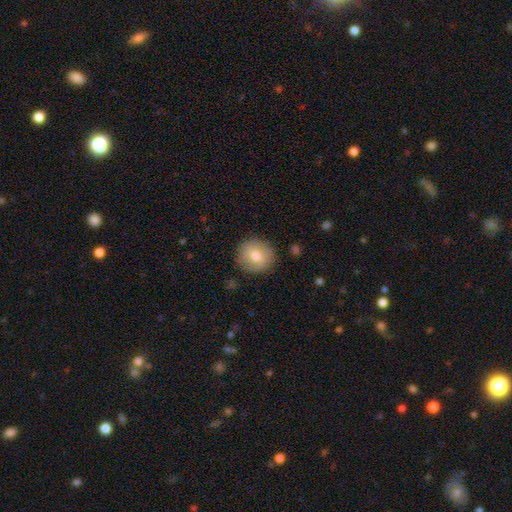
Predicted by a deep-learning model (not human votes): Smooth or featured?
  - smooth: 76% *
  - featured or disk: 16%
  - star or artifact: 8%
How rounded?
  - round: 89% *
  - in between: 10%
  - cigar-shaped: 1%
Merging?
  - none: 88% *
  - minor disturbance: 8%
  - major disturbance: 2%
  - merger: 1%